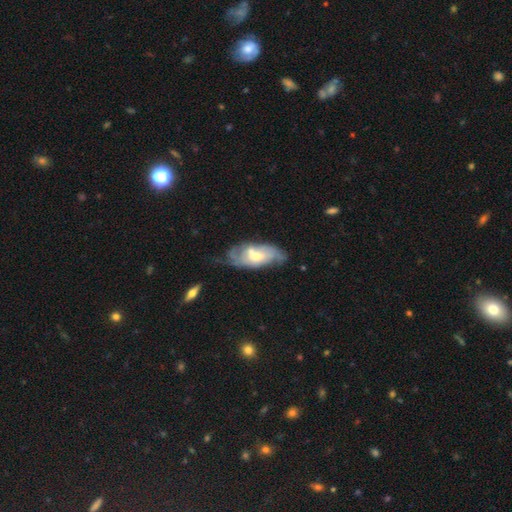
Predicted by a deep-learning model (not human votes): Overall: featured or disk (64%; smooth 30%). Edge-on disk: no (89%). Bar: no (57%; weak 35%). Spiral arms: yes (73%). Bulge size: moderate (53%; small 38%). Merging: none (42%; minor disturbance 28%).